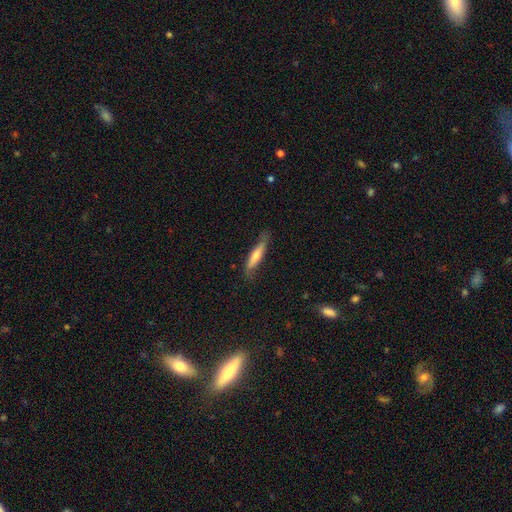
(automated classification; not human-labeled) smooth 55%, featured or disk 39%, star or artifact 6%. Down the decision tree: how rounded — cigar-shaped (86%); merging — none (75%).